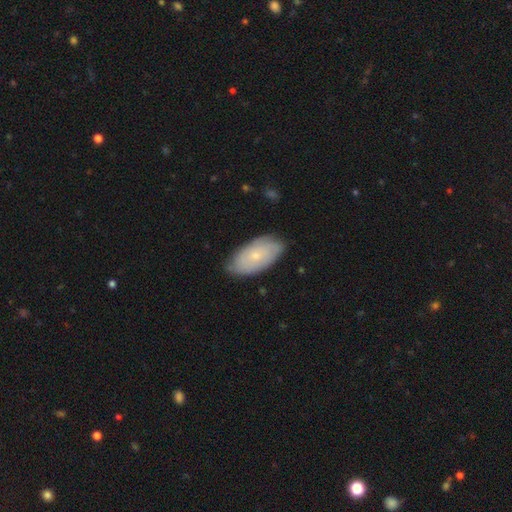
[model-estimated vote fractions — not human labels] A smooth galaxy with no disk features (60%) that is in between round and cigar-shaped (94%). Merging: none (78%).